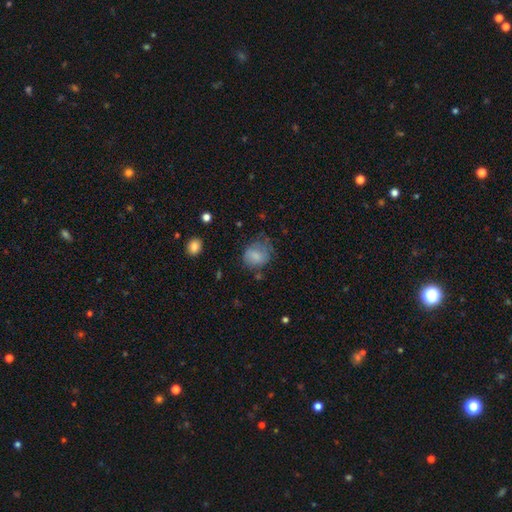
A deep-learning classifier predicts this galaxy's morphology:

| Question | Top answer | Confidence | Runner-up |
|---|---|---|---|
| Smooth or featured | smooth | 76% | featured or disk (15%) |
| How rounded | round | 57% | in between (42%) |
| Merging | none | 47% | minor disturbance (31%) |